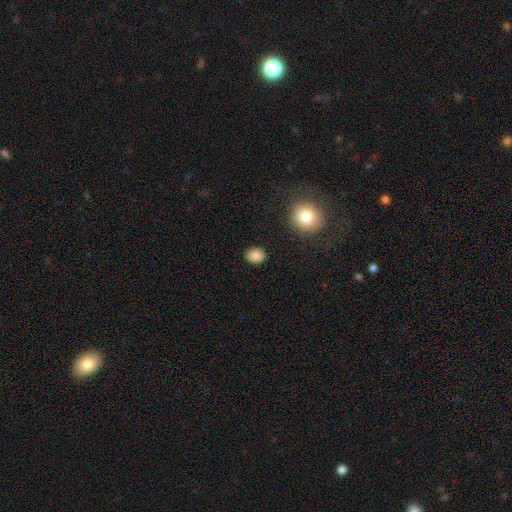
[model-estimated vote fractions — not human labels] smooth_or_featured: smooth (p=0.86) [alt: star or artifact p=0.10]
how_rounded: round (p=0.54) [alt: in between p=0.45]
merging: none (p=0.87) [alt: minor disturbance p=0.09]